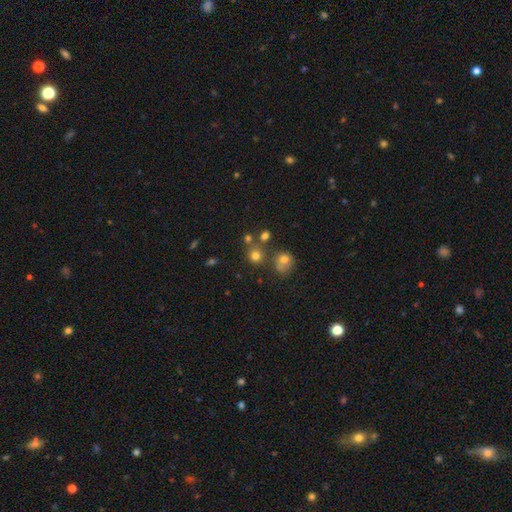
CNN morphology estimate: Smooth or featured? Predicted: smooth (p=0.73). How rounded? Predicted: round (p=0.87). Merging? Predicted: none (p=0.68).